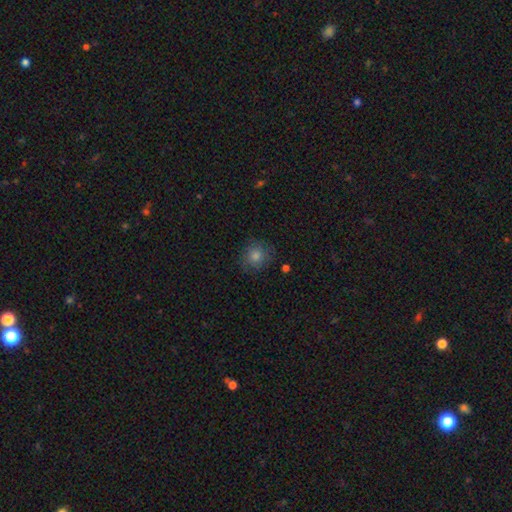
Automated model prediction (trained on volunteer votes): smooth-or-featured: smooth: 76% | star or artifact: 15% | featured or disk: 8%
  how-rounded: round: 89% | in between: 10% | cigar-shaped: 1%
  merging: none: 85% | minor disturbance: 11% | major disturbance: 3% | merger: 1%